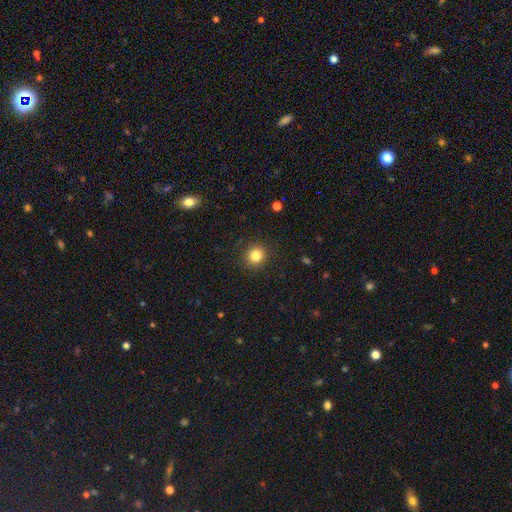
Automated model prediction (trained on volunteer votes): The model was most divided on "smooth or featured": smooth: 83%, star or artifact: 12%, featured or disk: 5%. More confident: how rounded — round (91%); merging — none (90%).